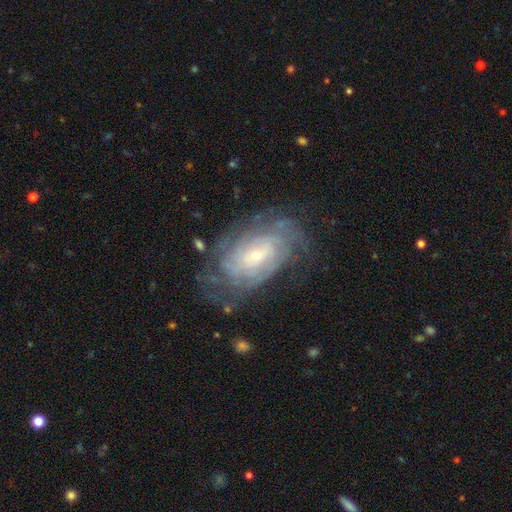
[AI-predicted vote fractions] Smooth or featured? Predicted: featured or disk (p=0.80). Edge-on disk? Predicted: no (p=0.95). Bar? Predicted: no (p=0.56). Spiral arms? Predicted: yes (p=0.90). Spiral winding? Predicted: tight (p=0.68). Spiral arm count? Predicted: can't tell (p=0.53). Bulge size? Predicted: small (p=0.74). Merging? Predicted: none (p=0.68).